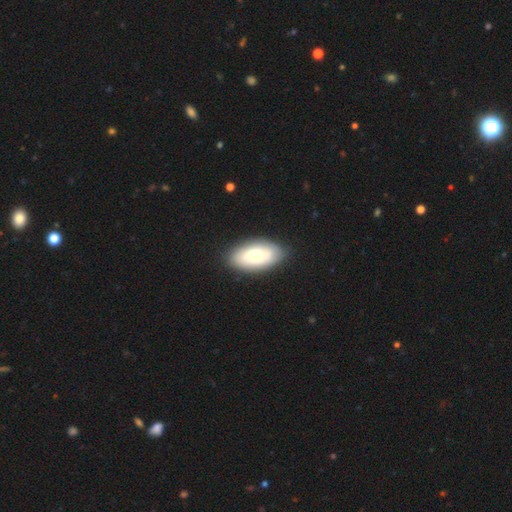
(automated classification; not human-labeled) This appears to be a smooth galaxy with no disk features (75%) that is in between round and cigar-shaped (94%). Merging: none (85%).